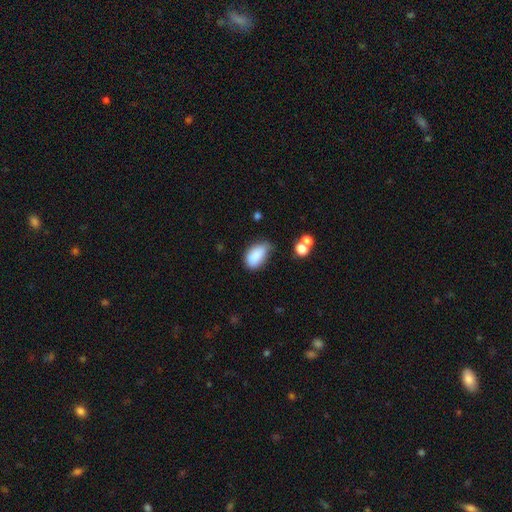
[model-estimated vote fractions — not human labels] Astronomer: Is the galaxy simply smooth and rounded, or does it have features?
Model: smooth — 86%.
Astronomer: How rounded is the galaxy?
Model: in between — 92%.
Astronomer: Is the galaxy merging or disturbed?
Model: none — 51% (runner-up: minor disturbance, 35%).